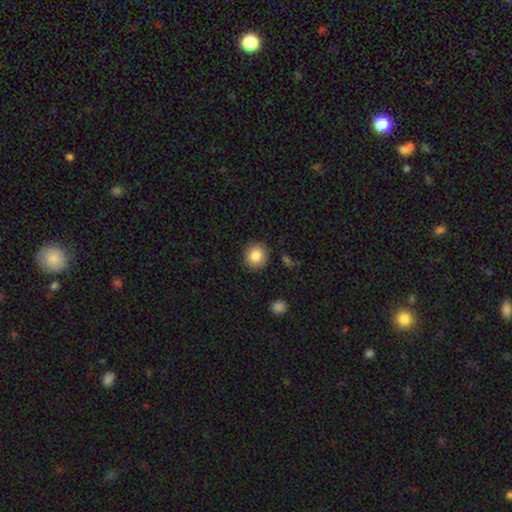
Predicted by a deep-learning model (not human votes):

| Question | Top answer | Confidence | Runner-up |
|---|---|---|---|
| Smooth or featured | smooth | 84% | star or artifact (9%) |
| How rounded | round | 90% | in between (9%) |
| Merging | none | 89% | minor disturbance (7%) |